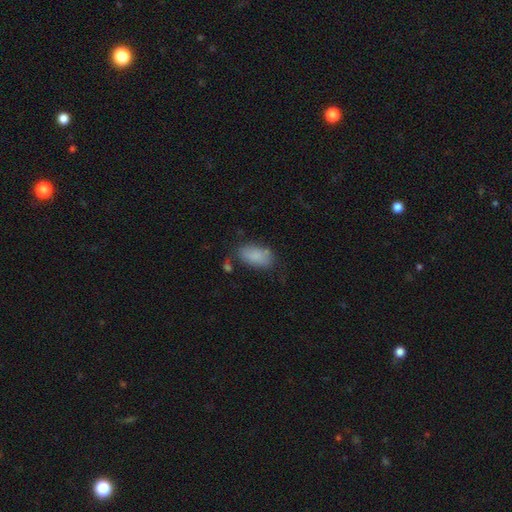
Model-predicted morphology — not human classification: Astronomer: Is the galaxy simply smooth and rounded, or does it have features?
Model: smooth — 85%.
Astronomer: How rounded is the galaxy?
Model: in between — 93%.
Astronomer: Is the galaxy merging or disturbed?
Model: none — 64%.